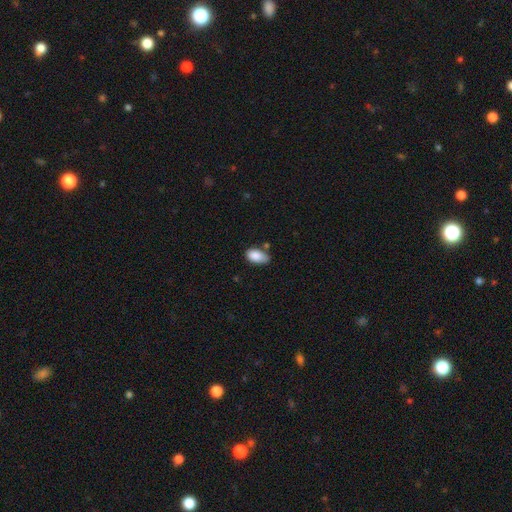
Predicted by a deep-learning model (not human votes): A smooth galaxy with no disk features (87%) that is in between round and cigar-shaped (93%). Merging: none (59%).